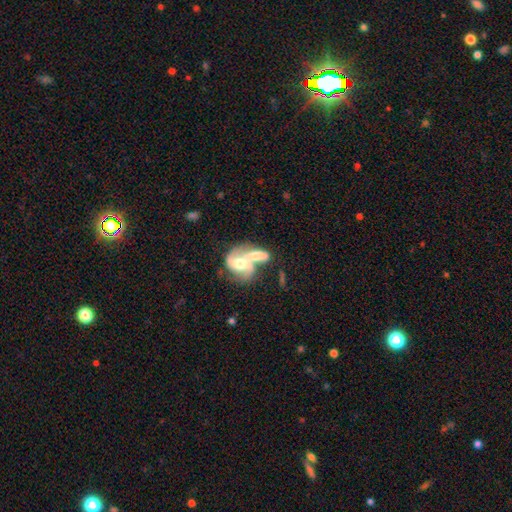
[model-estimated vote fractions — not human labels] smooth-or-featured: featured or disk: 62% | smooth: 31% | star or artifact: 7%
  disk-edge-on: no: 94% | yes: 6%
    bar: no: 61% | weak: 30% | strong: 9%
    has-spiral-arms: yes: 79% | no: 21%
    bulge-size: moderate: 63% | small: 16% | large: 15% | none: 4% | dominant: 2%
  merging: merger: 70% | none: 15% | major disturbance: 8% | minor disturbance: 7%